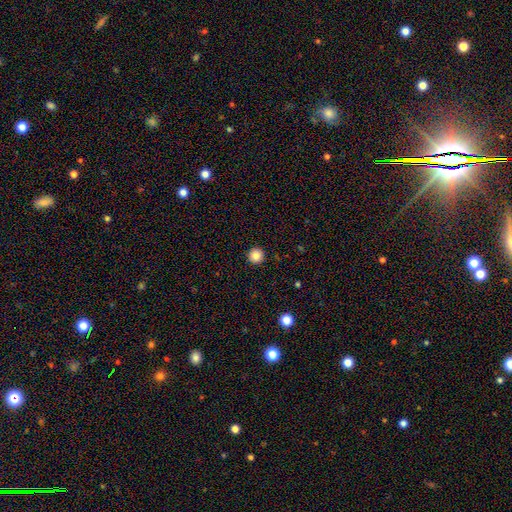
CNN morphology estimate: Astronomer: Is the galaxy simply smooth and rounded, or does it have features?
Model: smooth — 85%.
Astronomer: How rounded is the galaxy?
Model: round — 96%.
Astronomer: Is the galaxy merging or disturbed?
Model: none — 93%.